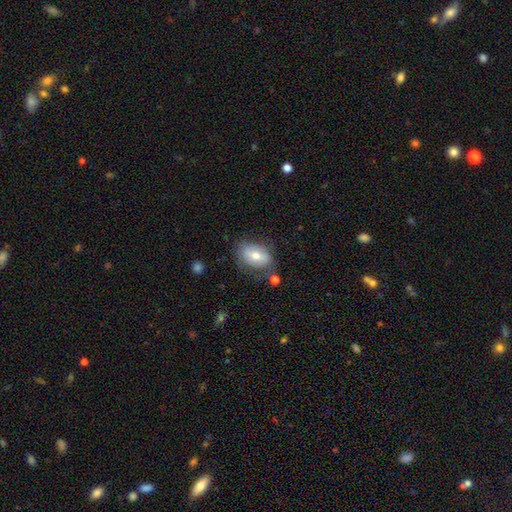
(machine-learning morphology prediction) smooth 58%, featured or disk 34%, star or artifact 8%. Down the decision tree: how rounded — in between (82%); merging — none (63%).